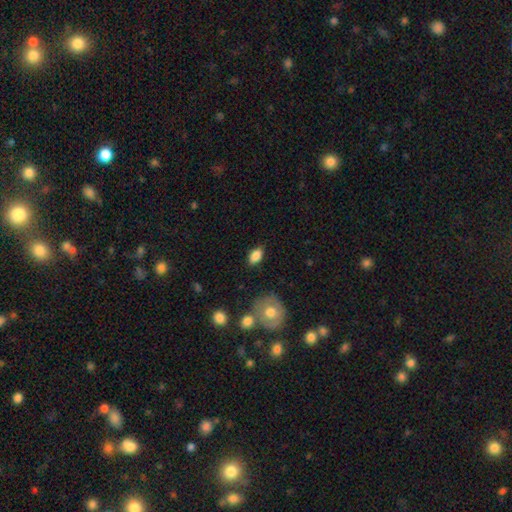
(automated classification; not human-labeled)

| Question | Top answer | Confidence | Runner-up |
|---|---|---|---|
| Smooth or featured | smooth | 84% | featured or disk (9%) |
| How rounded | in between | 89% | round (7%) |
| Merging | none | 82% | minor disturbance (13%) |